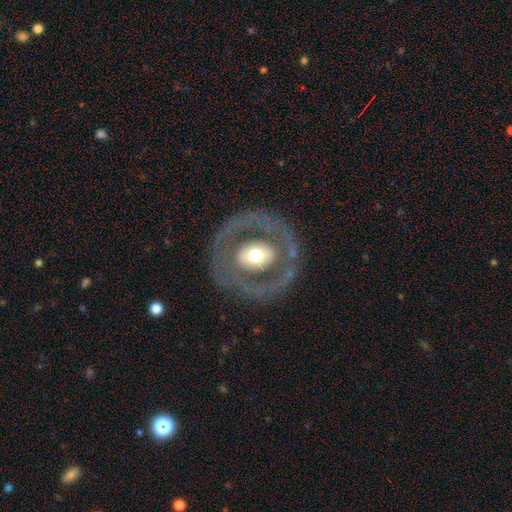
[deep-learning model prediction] This appears to be a featured or disk galaxy (63%) with no bar (66%), no spiral arms (75%) and a moderate central bulge (58%). Merging: none (77%).